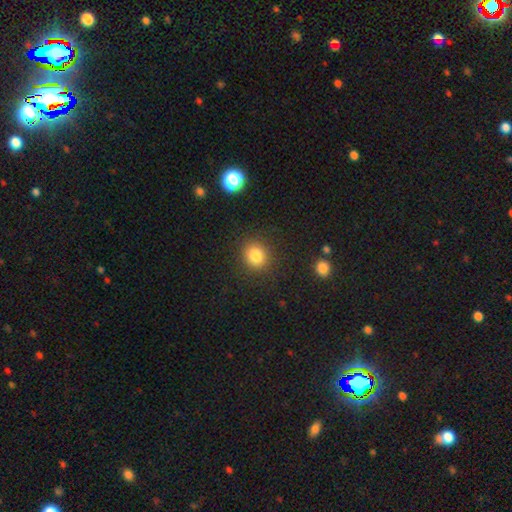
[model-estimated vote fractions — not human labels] Overall: smooth (82%). How rounded: round (80%). Merging: none (88%).